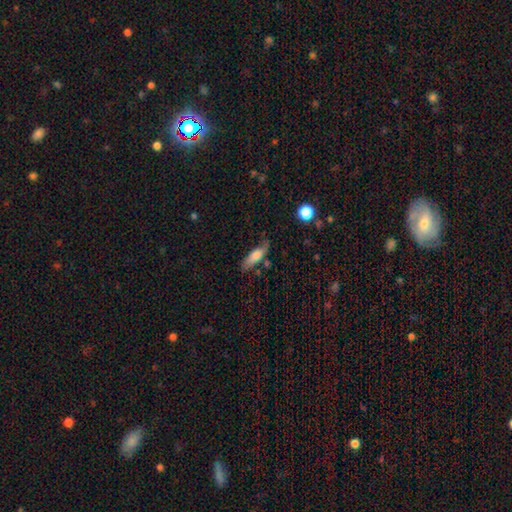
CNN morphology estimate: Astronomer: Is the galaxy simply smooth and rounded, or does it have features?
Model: smooth — 71%.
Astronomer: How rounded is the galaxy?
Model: cigar-shaped — 50% (runner-up: in between, 48%).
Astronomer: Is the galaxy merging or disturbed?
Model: none — 63%.